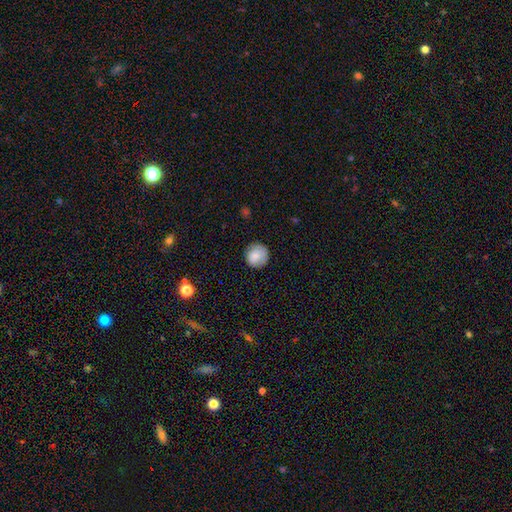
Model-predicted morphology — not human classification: Overall: smooth (81%). How rounded: round (93%). Merging: none (86%).